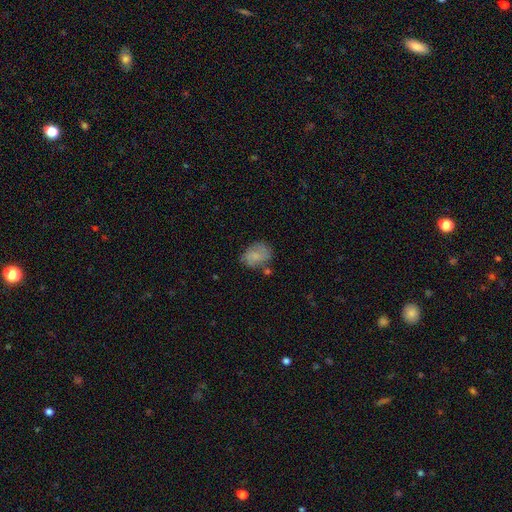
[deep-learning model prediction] Smooth or featured?
  - smooth: 66% *
  - featured or disk: 25%
  - star or artifact: 9%
How rounded?
  - in between: 60% *
  - round: 38%
  - cigar-shaped: 1%
Merging?
  - none: 59% *
  - minor disturbance: 24%
  - major disturbance: 10%
  - merger: 7%